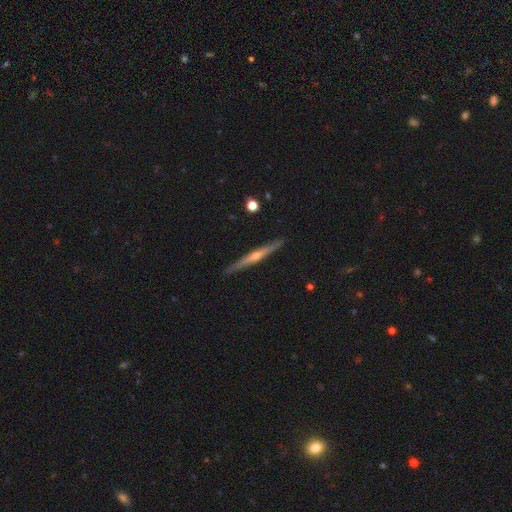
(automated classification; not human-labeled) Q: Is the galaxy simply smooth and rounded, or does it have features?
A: featured or disk — 71%.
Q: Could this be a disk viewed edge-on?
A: yes — 98%.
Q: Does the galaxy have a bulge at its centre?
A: rounded — 71%.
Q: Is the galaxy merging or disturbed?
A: none — 90%.